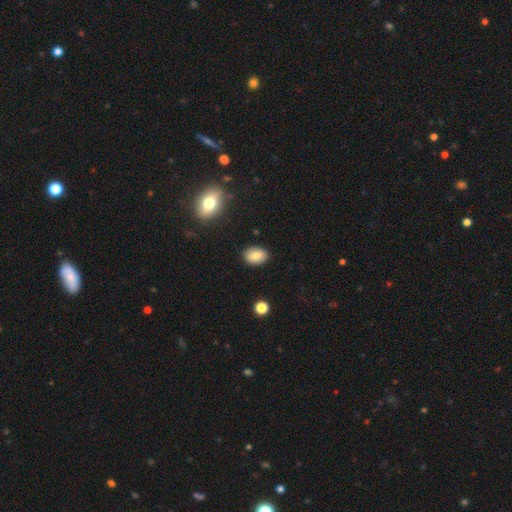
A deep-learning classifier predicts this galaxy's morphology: Q: Smooth or featured?
A: smooth (80%); runner-up: featured or disk (11%)
Q: How rounded?
A: in between (84%); runner-up: round (15%)
Q: Merging?
A: none (87%); runner-up: minor disturbance (10%)